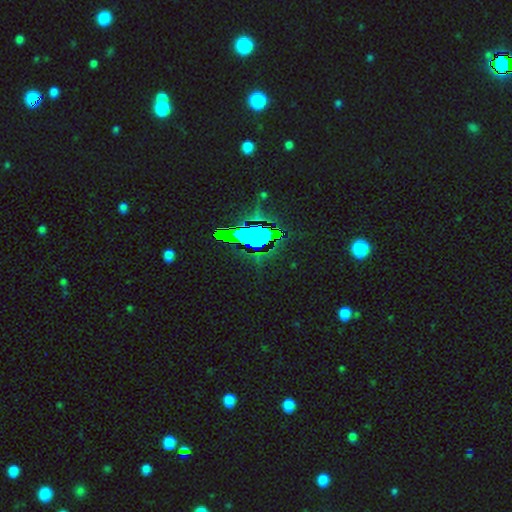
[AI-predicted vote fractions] Overall: star or artifact (82%).